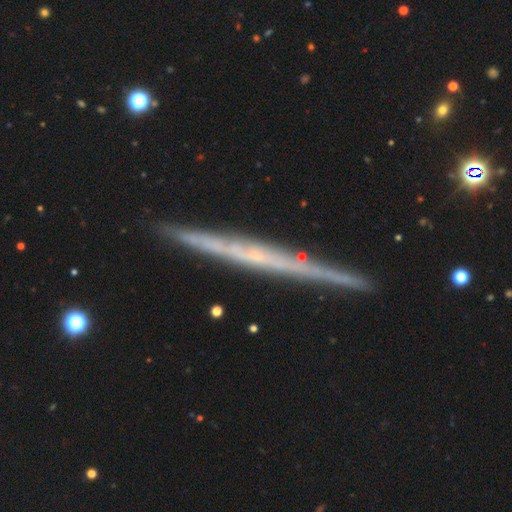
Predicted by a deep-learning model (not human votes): Q: Smooth or featured?
A: featured or disk (75%); runner-up: smooth (17%)
Q: Edge-on disk?
A: yes (97%); runner-up: no (3%)
Q: Edge-on bulge?
A: none (82%); runner-up: rounded (13%)
Q: Merging?
A: none (89%); runner-up: minor disturbance (8%)